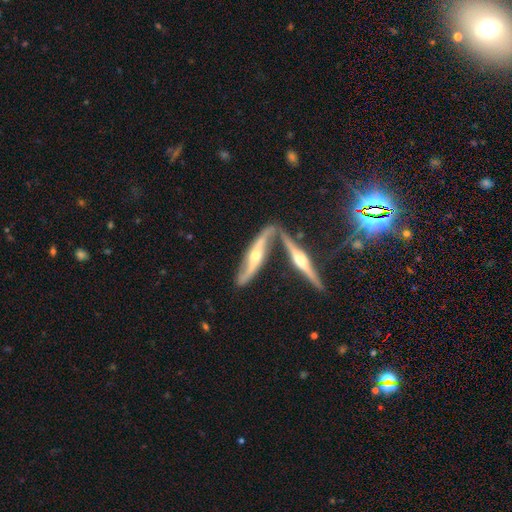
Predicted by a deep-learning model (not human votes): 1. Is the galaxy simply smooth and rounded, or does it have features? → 85% featured or disk, 9% smooth, 6% star or artifact.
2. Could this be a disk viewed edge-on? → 60% yes, 40% no.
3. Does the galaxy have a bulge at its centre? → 93% rounded, 5% none, 3% boxy.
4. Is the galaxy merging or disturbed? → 53% none, 28% merger, 14% minor disturbance, 6% major disturbance.